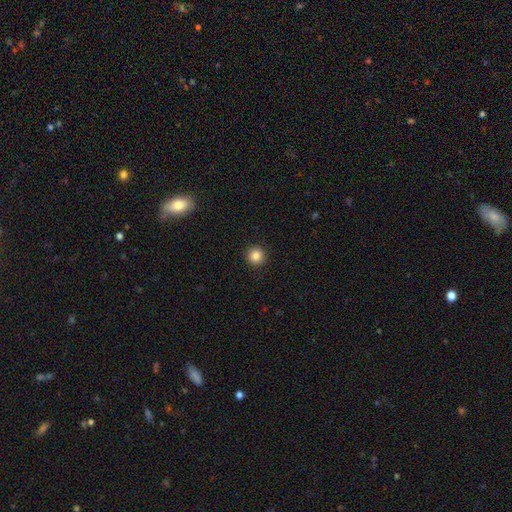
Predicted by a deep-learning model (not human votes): The model was most divided on "smooth or featured": smooth: 85%, star or artifact: 10%, featured or disk: 5%. More confident: how rounded — round (95%); merging — none (93%).